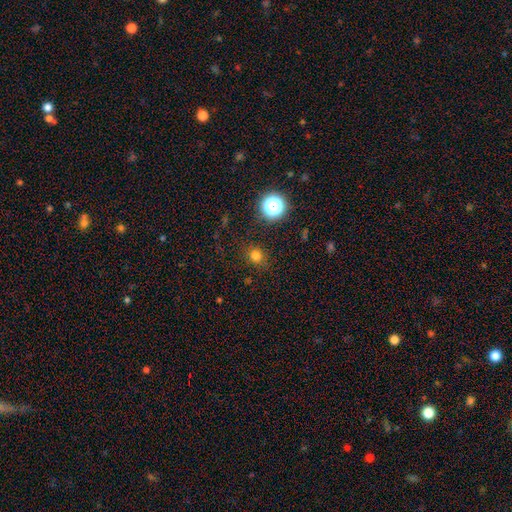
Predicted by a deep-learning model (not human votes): Smooth or featured?
  - smooth: 75% *
  - star or artifact: 19%
  - featured or disk: 5%
How rounded?
  - round: 83% *
  - in between: 16%
  - cigar-shaped: 1%
Merging?
  - none: 85% *
  - minor disturbance: 10%
  - major disturbance: 4%
  - merger: 1%